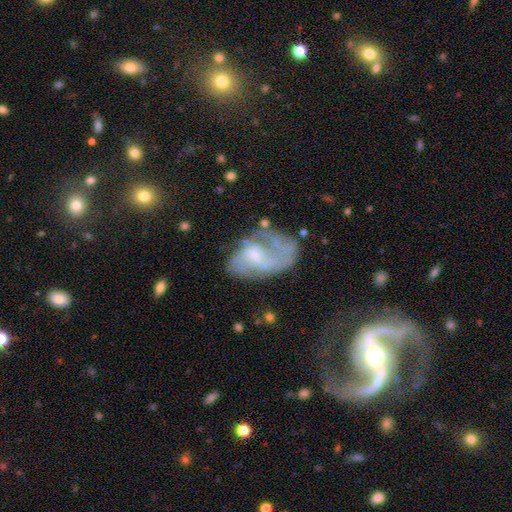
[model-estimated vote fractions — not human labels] This appears to be a featured or disk galaxy (73%) with no bar (46%), 2 (42%) medium (41%) spiral arms (80%) and a small central bulge (59%). Merging: none (38%).